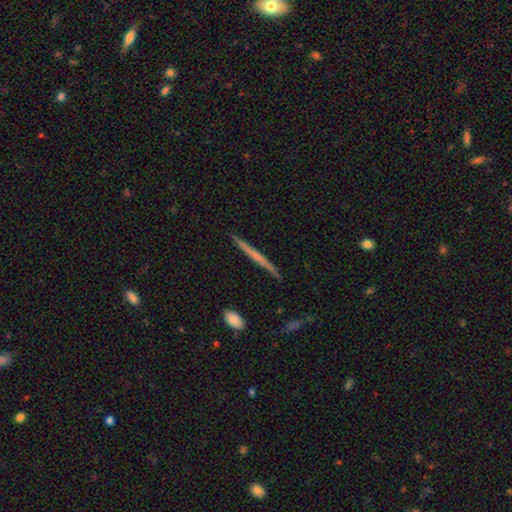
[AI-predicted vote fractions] The model was most divided on "smooth or featured": featured or disk: 53%, smooth: 40%, star or artifact: 6%. More confident: edge-on disk — yes (97%); merging — none (90%); edge-on bulge — none (80%).